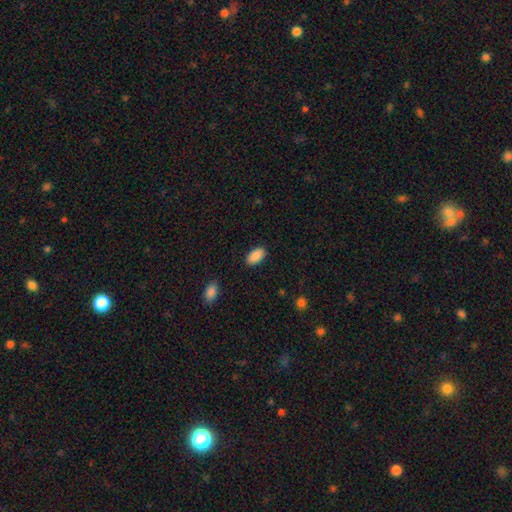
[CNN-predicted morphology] A smooth galaxy with no disk features (90%) that is in between round and cigar-shaped (94%). Merging: none (87%).